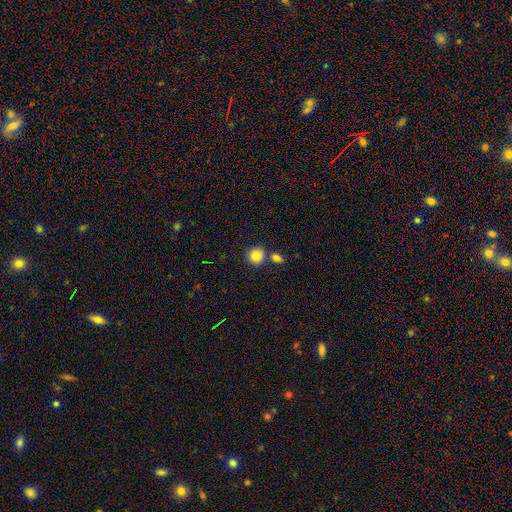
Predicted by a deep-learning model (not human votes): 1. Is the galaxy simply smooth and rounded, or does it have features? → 83% smooth, 10% star or artifact, 7% featured or disk.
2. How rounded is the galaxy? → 90% round, 9% in between, 1% cigar-shaped.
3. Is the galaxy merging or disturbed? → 67% none, 20% merger, 10% minor disturbance, 3% major disturbance.